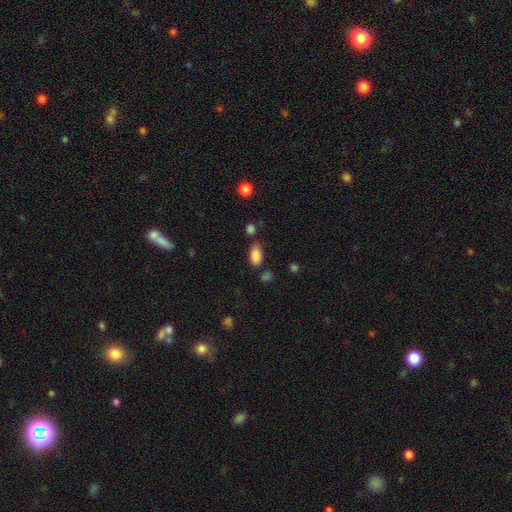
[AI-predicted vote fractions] Q: Smooth or featured?
A: smooth (87%); runner-up: star or artifact (8%)
Q: How rounded?
A: in between (92%); runner-up: round (4%)
Q: Merging?
A: none (71%); runner-up: minor disturbance (17%)